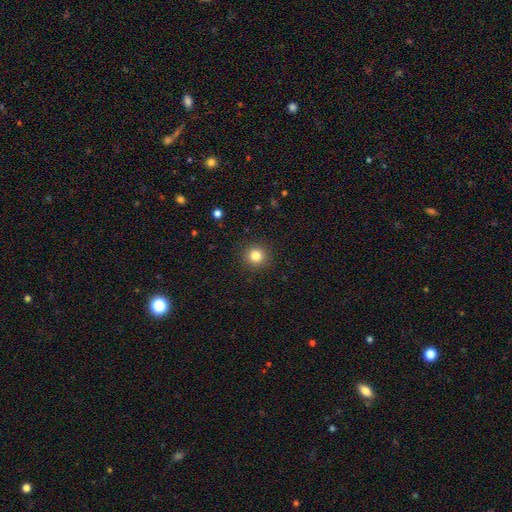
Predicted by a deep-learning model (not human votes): Smooth or featured? Predicted: smooth (p=0.83). How rounded? Predicted: round (p=0.94). Merging? Predicted: none (p=0.91).